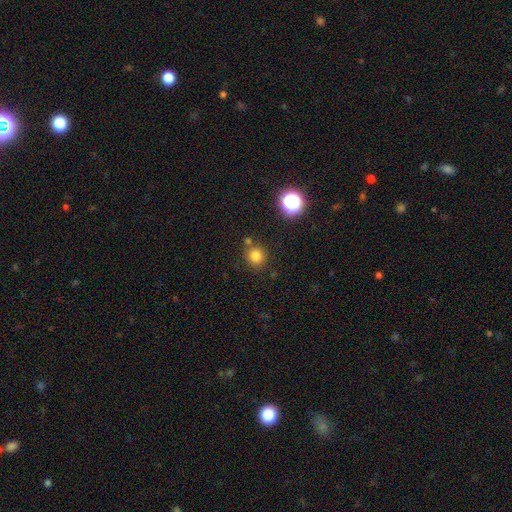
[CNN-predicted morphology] Smooth or featured? smooth (79%)
How rounded? round (89%)
Merging? none (79%)